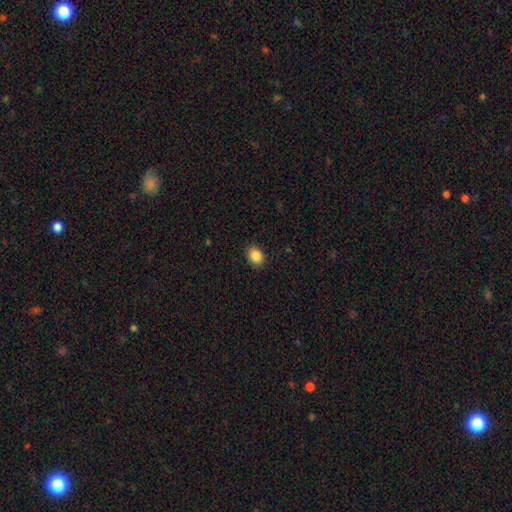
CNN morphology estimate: The model was most divided on "how rounded": round: 50%, in between: 49%, cigar-shaped: 1%. More confident: merging — none (89%); smooth or featured — smooth (87%).